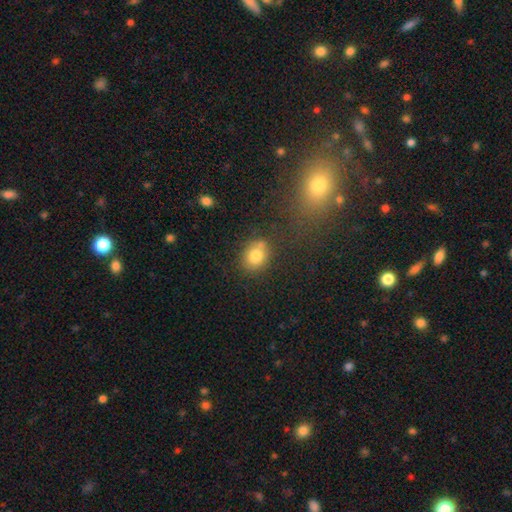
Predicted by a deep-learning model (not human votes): smooth_or_featured: smooth (p=0.79) [alt: star or artifact p=0.11]
how_rounded: round (p=0.63) [alt: in between p=0.36]
merging: none (p=0.69) [alt: minor disturbance p=0.15]